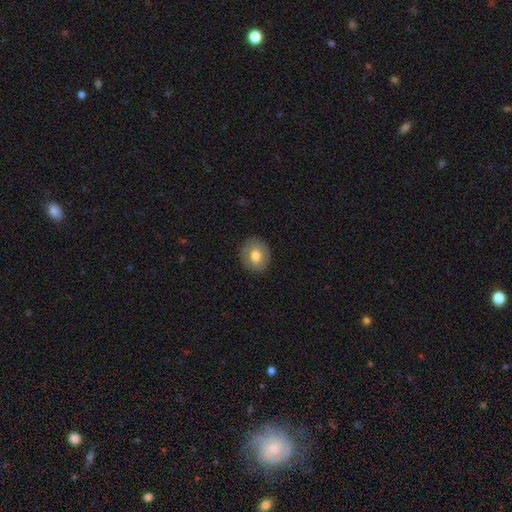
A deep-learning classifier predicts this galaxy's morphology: This appears to be a smooth galaxy with no disk features (74%) that is round (70%). Merging: none (87%).